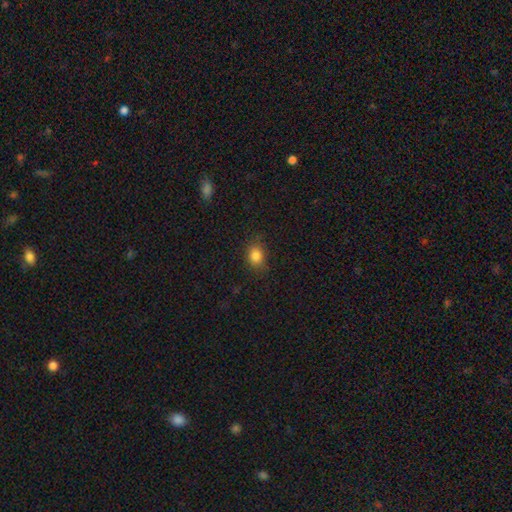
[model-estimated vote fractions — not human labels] smooth 84%, star or artifact 11%, featured or disk 5%. Down the decision tree: how rounded — in between (51%); merging — none (81%).